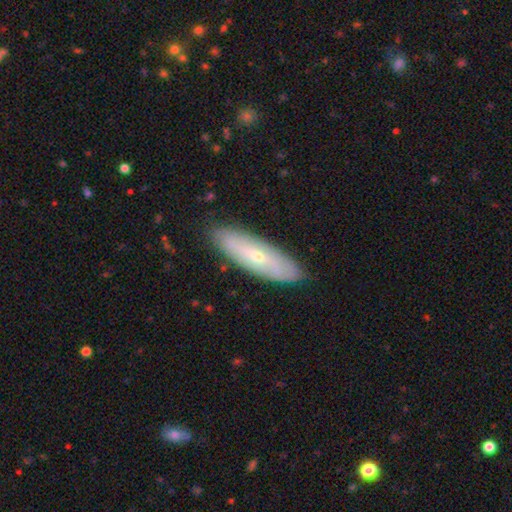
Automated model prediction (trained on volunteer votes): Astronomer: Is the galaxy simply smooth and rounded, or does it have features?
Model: featured or disk — 47%, tied with smooth at 47%.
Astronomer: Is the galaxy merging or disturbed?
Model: none — 86%.